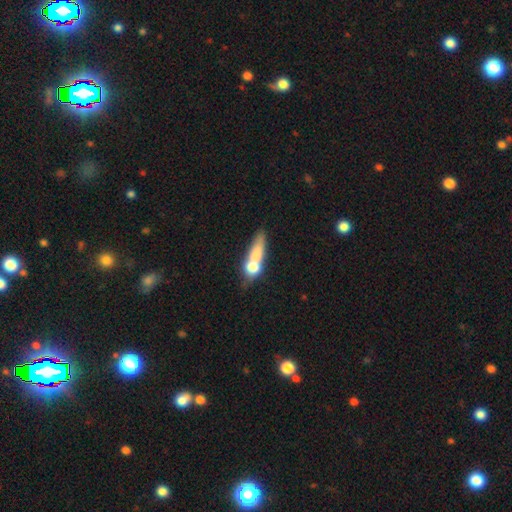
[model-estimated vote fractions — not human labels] This appears to be a smooth galaxy with no disk features (59%) that is cigar-shaped (46%). Merging: merger (52%).